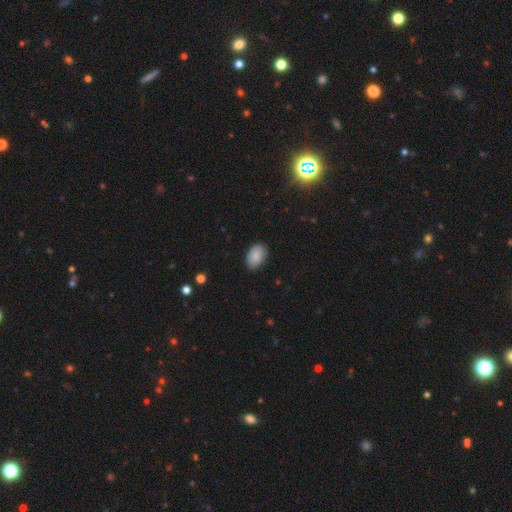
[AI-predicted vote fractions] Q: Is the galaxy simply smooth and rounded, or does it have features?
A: smooth — 89%.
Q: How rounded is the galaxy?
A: in between — 89%.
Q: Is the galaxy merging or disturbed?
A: none — 86%.